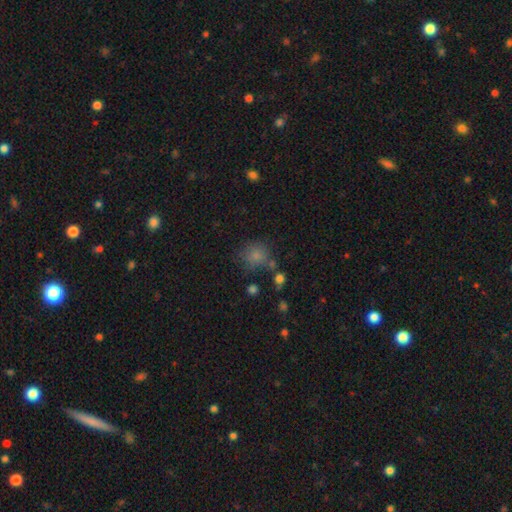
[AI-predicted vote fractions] Overall: smooth (78%). How rounded: round (79%). Merging: none (62%).